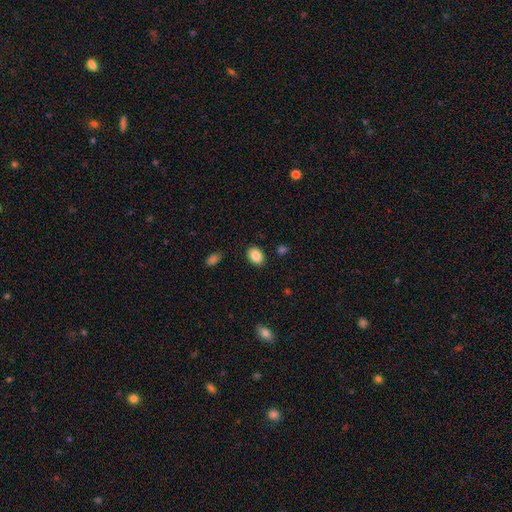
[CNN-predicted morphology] smooth_or_featured: smooth (p=0.88) [alt: star or artifact p=0.08]
how_rounded: in between (p=0.70) [alt: round p=0.29]
merging: none (p=0.87) [alt: minor disturbance p=0.09]